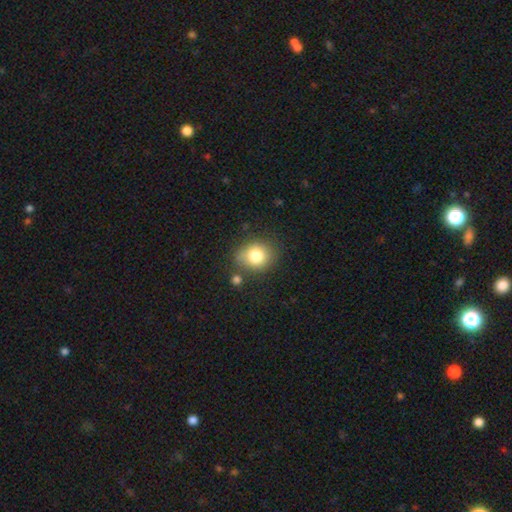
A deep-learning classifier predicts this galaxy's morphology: A smooth galaxy with no disk features (79%) that is round (65%).

Vote fractions:
- Smooth or featured? smooth: 79% / featured or disk: 11% / star or artifact: 10%
- How rounded? round: 65% / in between: 34% / cigar-shaped: 1%
- Merging? none: 75% / minor disturbance: 15% / merger: 6% / major disturbance: 5%